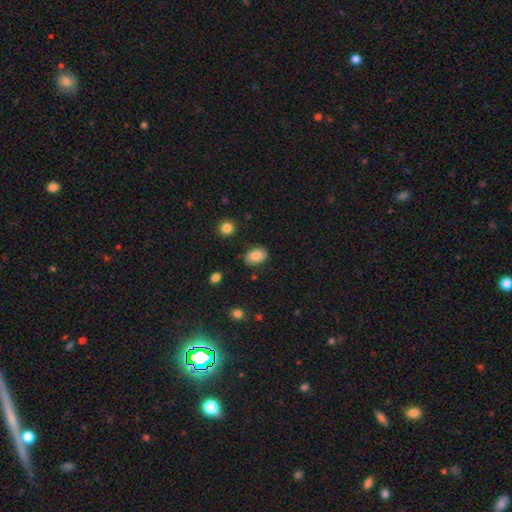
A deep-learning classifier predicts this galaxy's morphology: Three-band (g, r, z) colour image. It shows a smooth galaxy with no disk features (81%) that is in between round and cigar-shaped (76%). Merging: none (76%).